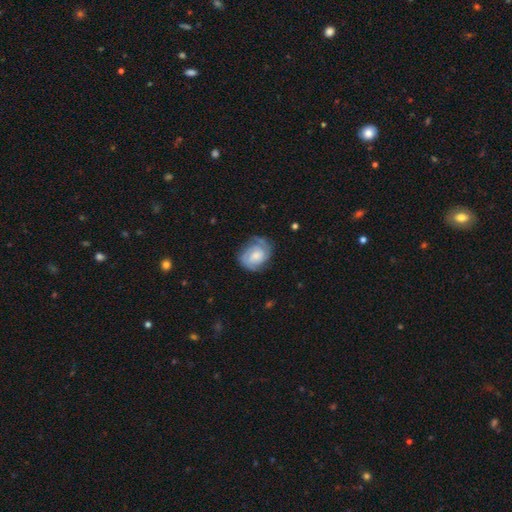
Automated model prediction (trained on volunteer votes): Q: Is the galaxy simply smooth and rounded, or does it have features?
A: featured or disk — 75%.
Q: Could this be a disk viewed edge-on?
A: no — 98%.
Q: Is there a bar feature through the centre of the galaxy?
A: no — 64%.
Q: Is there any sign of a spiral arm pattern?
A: yes — 94%.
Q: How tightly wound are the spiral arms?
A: tight — 58%.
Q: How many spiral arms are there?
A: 2 — 63%.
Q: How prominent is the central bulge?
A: moderate — 36%.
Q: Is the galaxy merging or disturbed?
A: none — 69%.